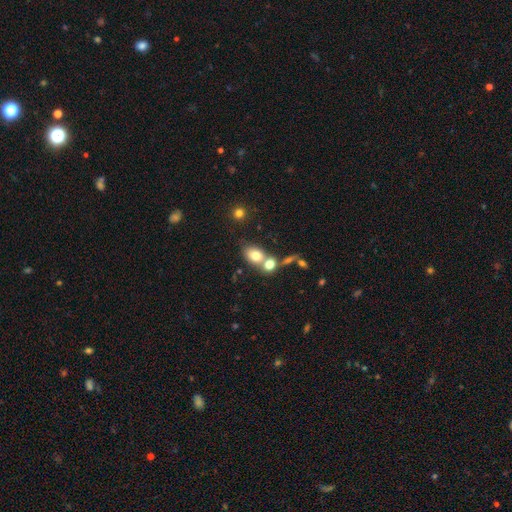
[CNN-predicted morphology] Q: Smooth or featured?
A: smooth (75%); runner-up: featured or disk (14%)
Q: How rounded?
A: in between (64%); runner-up: round (34%)
Q: Merging?
A: merger (46%); runner-up: none (40%)